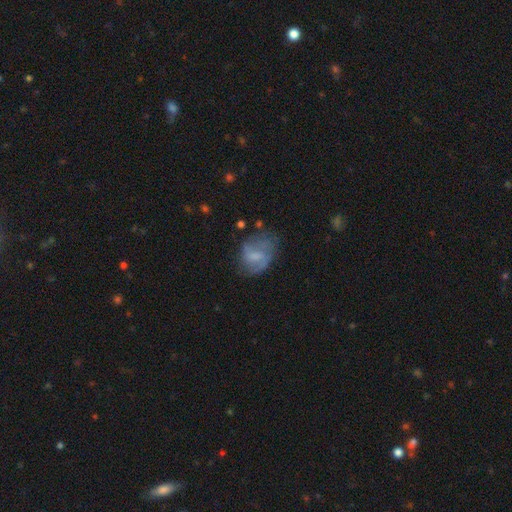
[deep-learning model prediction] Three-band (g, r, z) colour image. It shows a featured or disk galaxy (52%). Merging: none (49%).